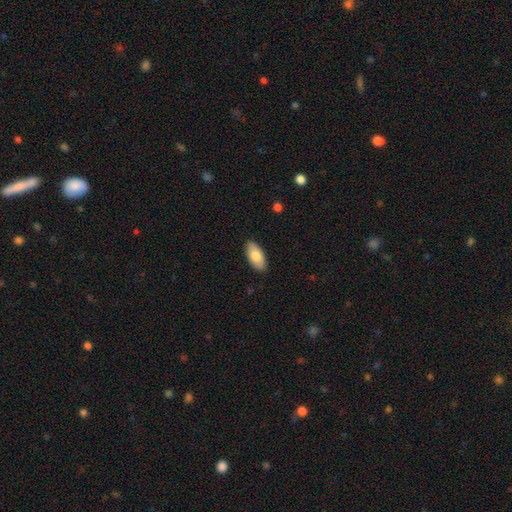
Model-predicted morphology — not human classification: Overall: smooth (79%). How rounded: in between (92%). Merging: none (88%).